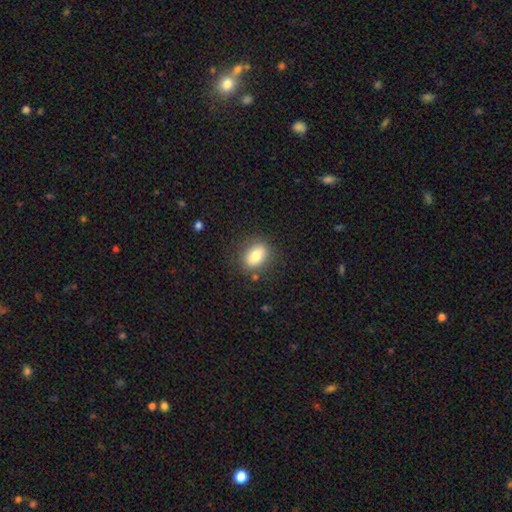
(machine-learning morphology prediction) type=smooth (78%); roundness=in between (69%); merging=none (83%).